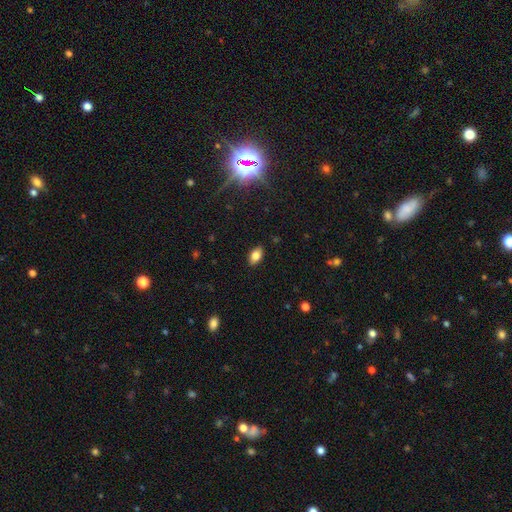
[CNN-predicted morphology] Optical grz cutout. It shows a smooth galaxy with no disk features (80%) that is in between round and cigar-shaped (91%). Merging: none (88%).